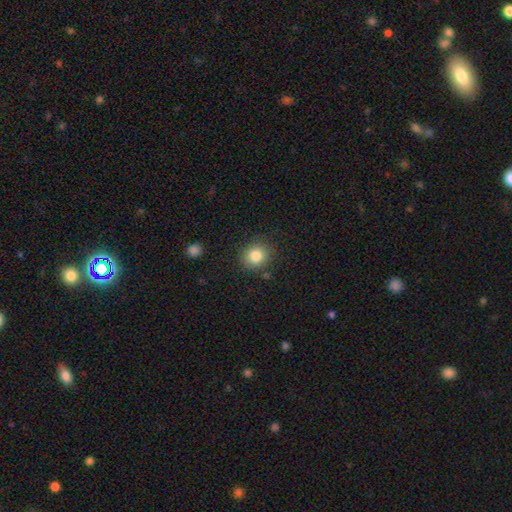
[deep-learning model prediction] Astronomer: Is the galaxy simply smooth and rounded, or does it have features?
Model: smooth — 84%.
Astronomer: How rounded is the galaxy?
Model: round — 81%.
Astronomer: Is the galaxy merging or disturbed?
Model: none — 85%.